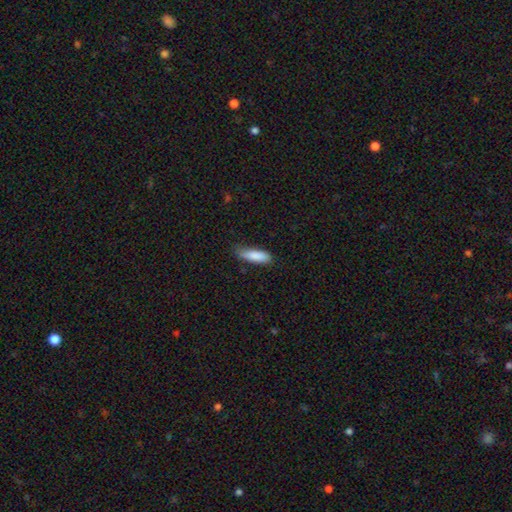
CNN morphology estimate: Smooth or featured: smooth — 87% (featured or disk — 7%)
How rounded: cigar-shaped — 53% (in between — 46%)
Merging: none — 68% (minor disturbance — 26%)